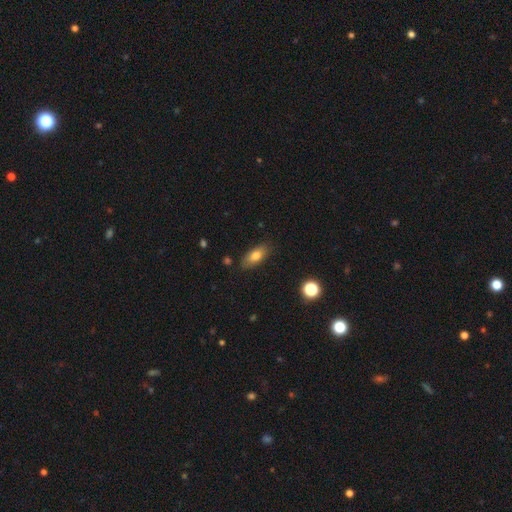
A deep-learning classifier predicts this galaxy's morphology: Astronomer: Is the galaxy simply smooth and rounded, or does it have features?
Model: smooth — 78%.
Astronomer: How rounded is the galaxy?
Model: in between — 84%.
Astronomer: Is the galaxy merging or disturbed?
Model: none — 83%.